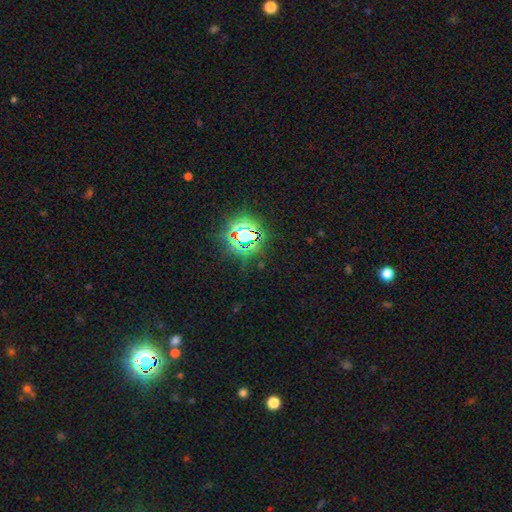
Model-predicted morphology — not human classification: A star or artifact, not a galaxy (81%).

Vote fractions:
- Smooth or featured? star or artifact: 81% / smooth: 12% / featured or disk: 7%